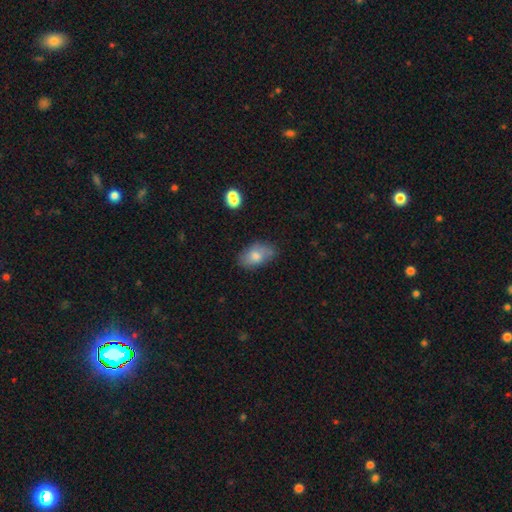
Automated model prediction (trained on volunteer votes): smooth 72%, featured or disk 19%, star or artifact 9%. Down the decision tree: how rounded — in between (90%); merging — none (66%).